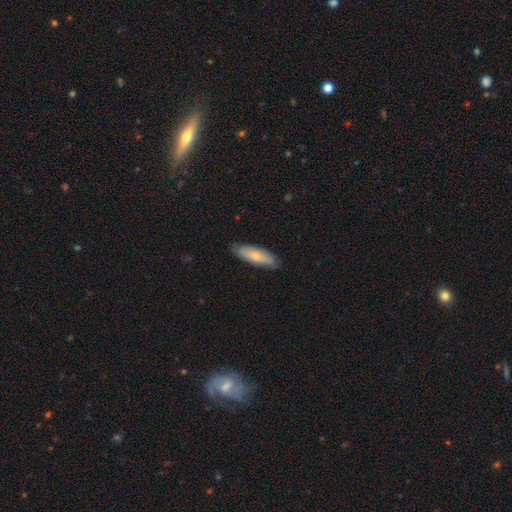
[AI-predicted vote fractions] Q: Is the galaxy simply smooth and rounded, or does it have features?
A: smooth — 69%.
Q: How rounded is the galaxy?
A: in between — 52%.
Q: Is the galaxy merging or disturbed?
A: none — 83%.